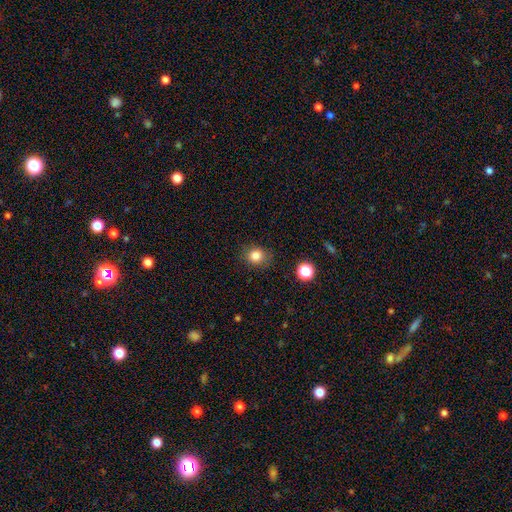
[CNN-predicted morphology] type=smooth (83%); roundness=round (77%); merging=none (84%).